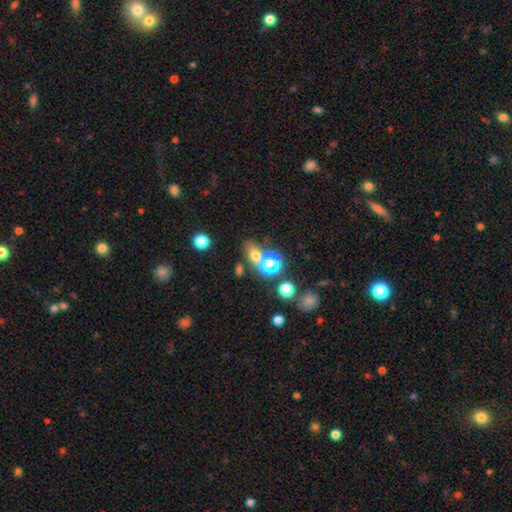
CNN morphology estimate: Q: Smooth or featured?
A: smooth (58%); runner-up: star or artifact (30%)
Q: How rounded?
A: in between (60%); runner-up: round (37%)
Q: Merging?
A: none (54%); runner-up: merger (28%)